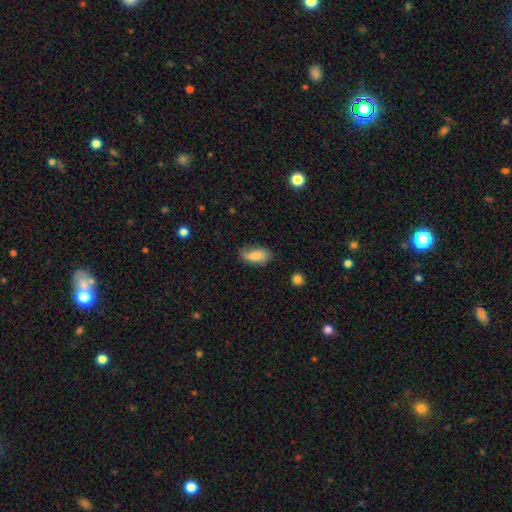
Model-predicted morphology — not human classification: smooth_or_featured: smooth (p=0.76) [alt: featured or disk p=0.17]
how_rounded: in between (p=0.88) [alt: cigar-shaped p=0.09]
merging: none (p=0.72) [alt: minor disturbance p=0.22]